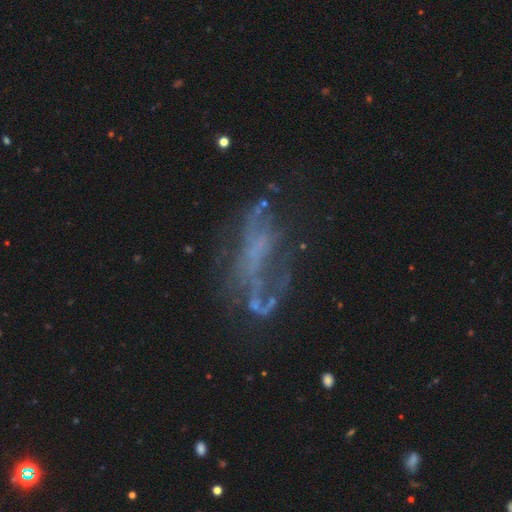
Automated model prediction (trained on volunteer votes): Smooth or featured?
  - featured or disk: 65% *
  - star or artifact: 20%
  - smooth: 16%
Edge-on disk?
  - no: 90% *
  - yes: 10%
Bar?
  - no: 70% *
  - weak: 19%
  - strong: 11%
Spiral arms?
  - no: 59% *
  - yes: 41%
Bulge size?
  - none: 74% *
  - small: 16%
  - moderate: 7%
  - large: 2%
  - dominant: 1%
Merging?
  - none: 40% *
  - major disturbance: 35%
  - minor disturbance: 18%
  - merger: 7%